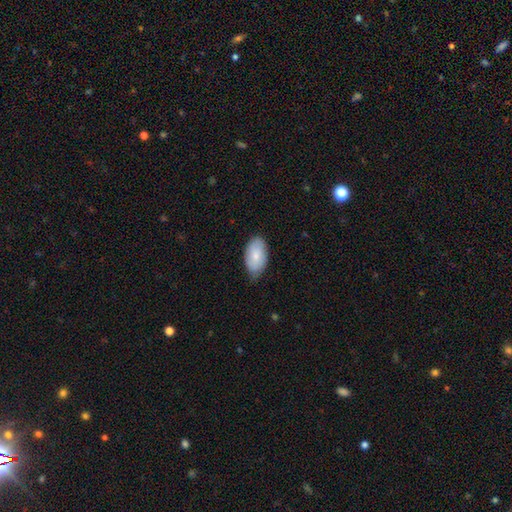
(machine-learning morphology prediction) Smooth or featured? smooth (76%)
How rounded? in between (95%)
Merging? none (70%)